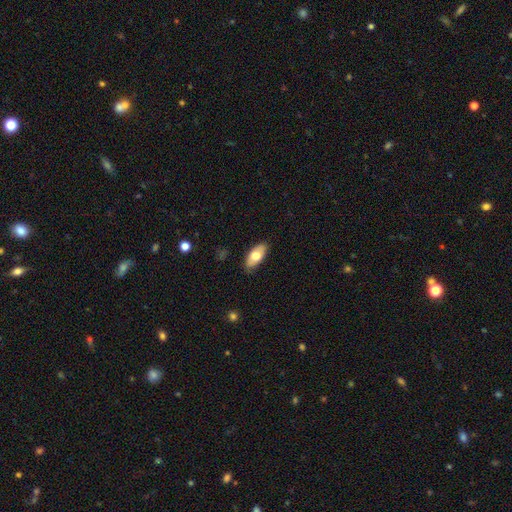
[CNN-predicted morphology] A smooth galaxy with no disk features (71%) that is in between round and cigar-shaped (89%). Merging: none (85%).